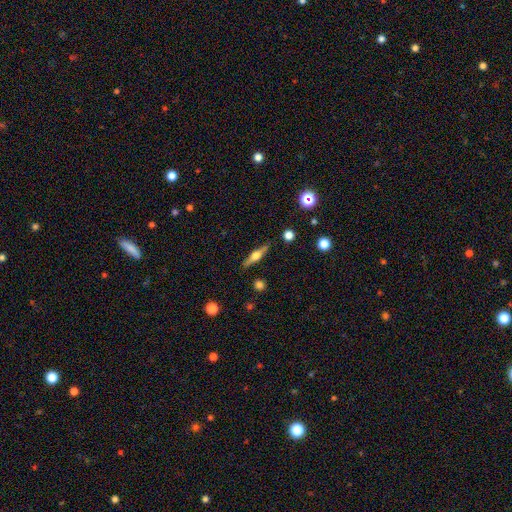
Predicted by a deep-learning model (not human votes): A featured or disk galaxy (64%) viewed edge-on (97%) with a rounded central bulge (91%).

Vote fractions:
- Smooth or featured? featured or disk: 64% / smooth: 29% / star or artifact: 7%
- Edge-on disk? yes: 97% / no: 3%
- Edge-on bulge? rounded: 91% / boxy: 6% / none: 2%
- Merging? none: 88% / minor disturbance: 8% / major disturbance: 2% / merger: 2%